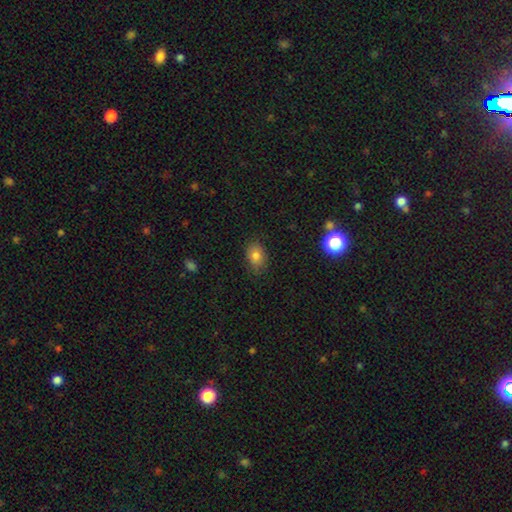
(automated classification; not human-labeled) Smooth or featured? Predicted: smooth (p=0.81). How rounded? Predicted: in between (p=0.73). Merging? Predicted: none (p=0.81).